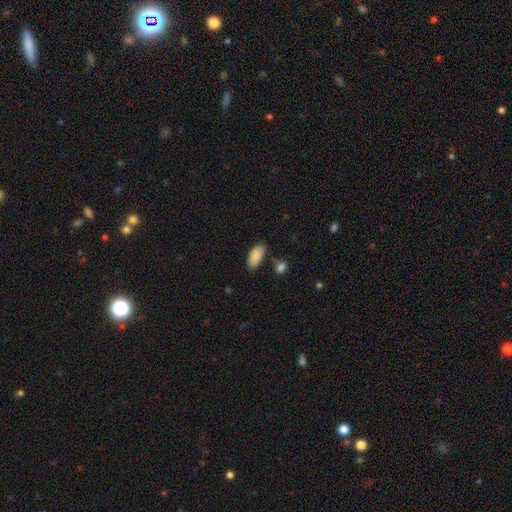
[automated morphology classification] A smooth galaxy with no disk features (89%) that is in between round and cigar-shaped (92%). Merging: none (80%).